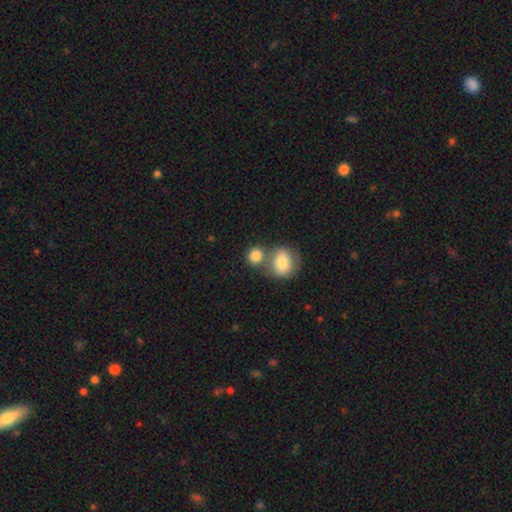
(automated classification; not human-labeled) smooth 84%, featured or disk 8%, star or artifact 8%. Down the decision tree: how rounded — round (80%); merging — none (47%).